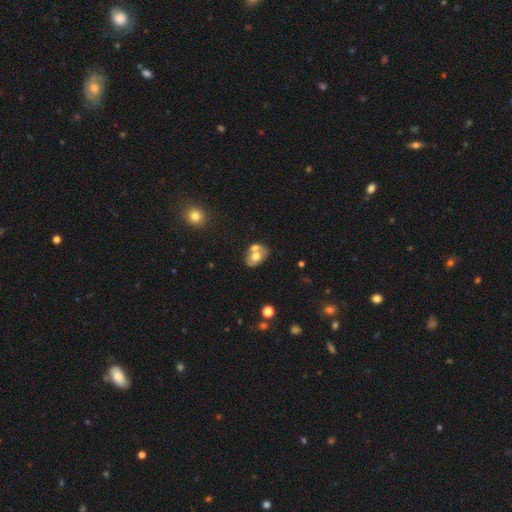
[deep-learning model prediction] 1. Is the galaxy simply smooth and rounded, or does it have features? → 57% smooth, 35% featured or disk, 8% star or artifact.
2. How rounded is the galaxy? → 80% in between, 19% round, 1% cigar-shaped.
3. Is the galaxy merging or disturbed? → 46% merger, 37% none, 12% minor disturbance, 5% major disturbance.